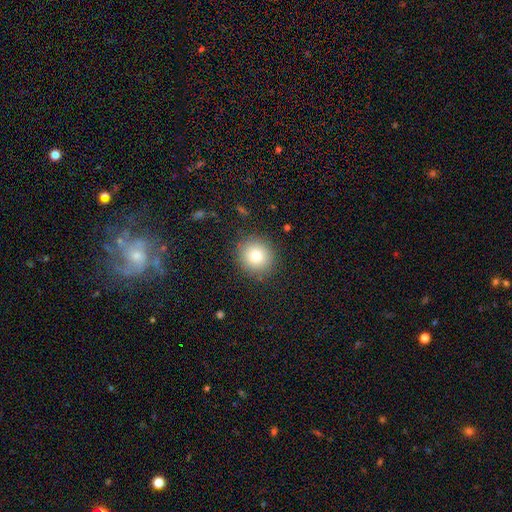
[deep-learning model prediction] Smooth or featured? Predicted: smooth (p=0.80). How rounded? Predicted: round (p=0.91). Merging? Predicted: none (p=0.88).